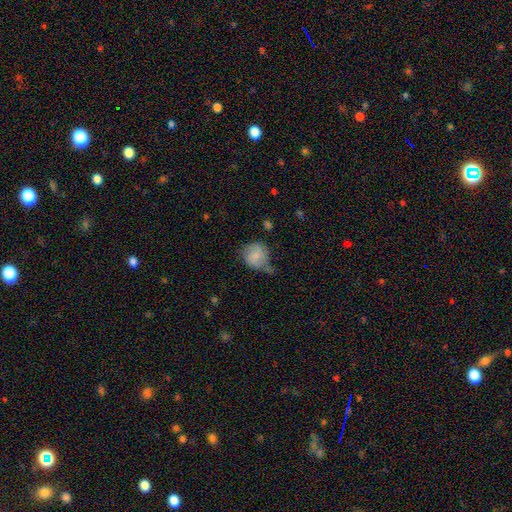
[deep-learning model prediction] A smooth galaxy with no disk features (72%) that is round (76%).

Vote fractions:
- Smooth or featured? smooth: 72% / featured or disk: 20% / star or artifact: 8%
- How rounded? round: 76% / in between: 23% / cigar-shaped: 1%
- Merging? none: 39% / minor disturbance: 36% / major disturbance: 16% / merger: 9%